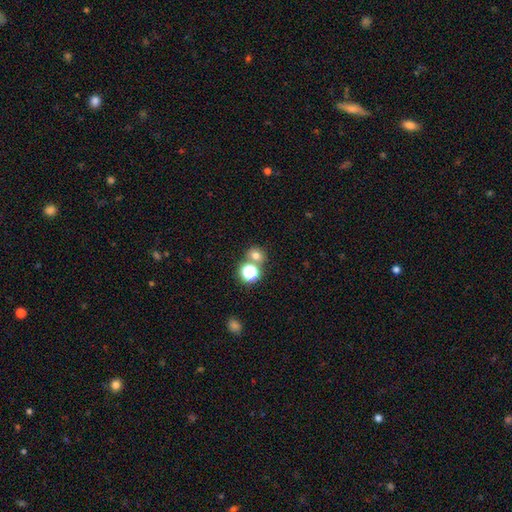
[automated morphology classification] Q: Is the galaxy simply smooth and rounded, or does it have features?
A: smooth — 70%.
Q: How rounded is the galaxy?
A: round — 78%.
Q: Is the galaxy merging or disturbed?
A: none — 63%.